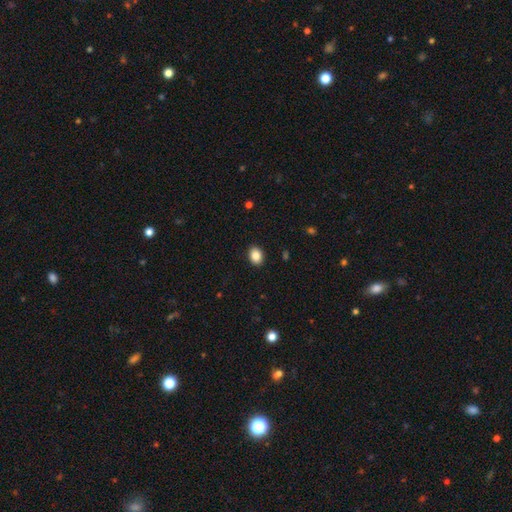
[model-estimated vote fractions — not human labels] smooth 87%, star or artifact 8%, featured or disk 5%. Down the decision tree: how rounded — in between (70%); merging — none (90%).